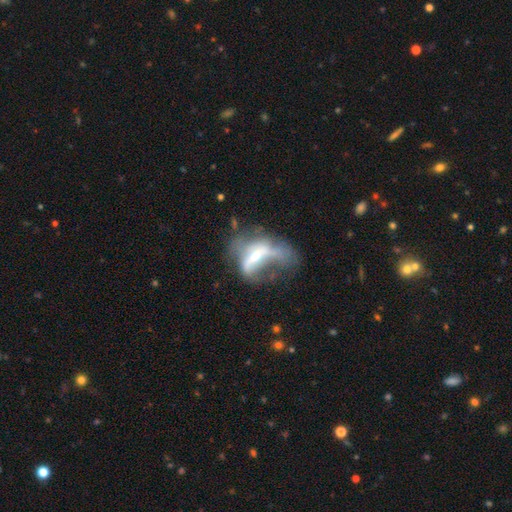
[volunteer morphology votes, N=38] A featured or disk galaxy (55%) with no bar (65%), no spiral arms (85%) and a small central bulge (60%).

Vote fractions:
- Smooth or featured? featured or disk: 55% / smooth: 37% / star or artifact: 8%
- Edge-on disk? no: 95% / yes: 5%
- Bar? no: 65% / weak: 25% / strong: 10%
- Spiral arms? no: 85% / yes: 15%
- Bulge size? small: 60% / moderate: 30% / large: 5% / none: 5% / dominant: 0%
- Merging? major disturbance: 63% / none: 23% / minor disturbance: 11% / merger: 3%